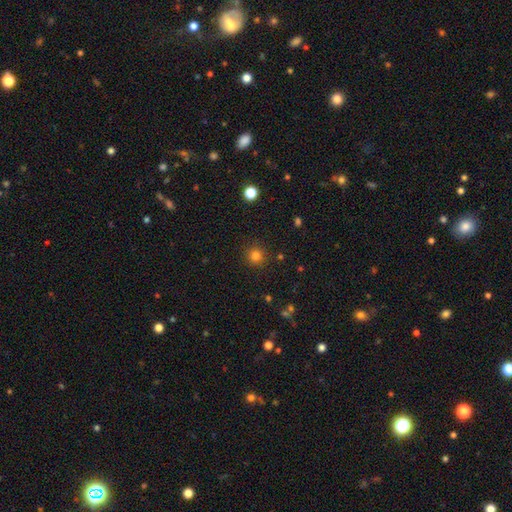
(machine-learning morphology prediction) Smooth or featured?
  - smooth: 81% *
  - star or artifact: 15%
  - featured or disk: 5%
How rounded?
  - round: 94% *
  - in between: 5%
  - cigar-shaped: 1%
Merging?
  - none: 89% *
  - minor disturbance: 7%
  - major disturbance: 3%
  - merger: 2%